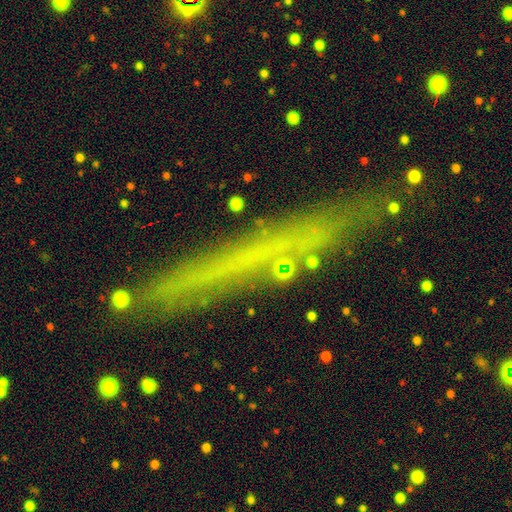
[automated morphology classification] smooth-or-featured: featured or disk: 47% | smooth: 40% | star or artifact: 13%
  merging: none: 86% | minor disturbance: 10% | major disturbance: 2% | merger: 2%